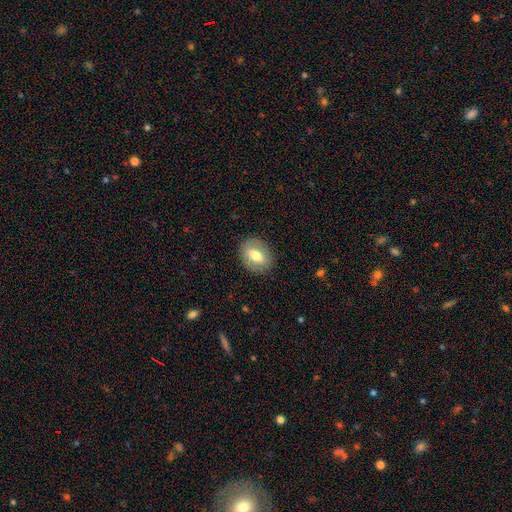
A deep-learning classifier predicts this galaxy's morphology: Q: Smooth or featured?
A: smooth (61%); runner-up: featured or disk (32%)
Q: How rounded?
A: in between (67%); runner-up: round (32%)
Q: Merging?
A: none (86%); runner-up: minor disturbance (10%)